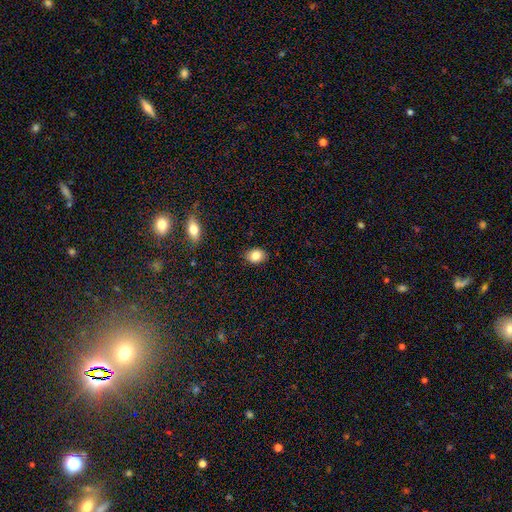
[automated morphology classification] Smooth or featured: smooth — 83% (star or artifact — 9%)
How rounded: in between — 68% (round — 31%)
Merging: none — 88% (minor disturbance — 9%)